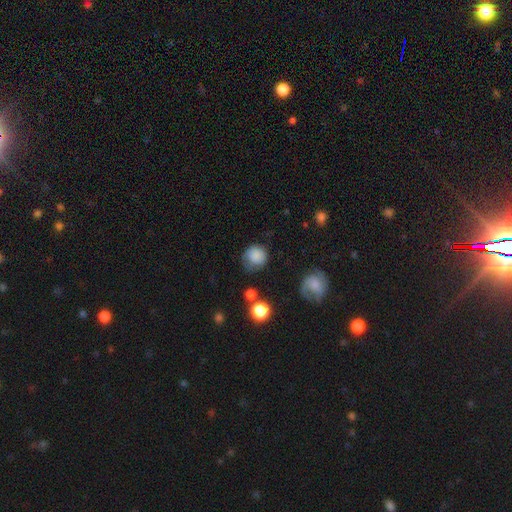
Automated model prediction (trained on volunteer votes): smooth_or_featured: smooth (p=0.83) [alt: star or artifact p=0.09]
how_rounded: round (p=0.87) [alt: in between p=0.12]
merging: none (p=0.63) [alt: minor disturbance p=0.24]